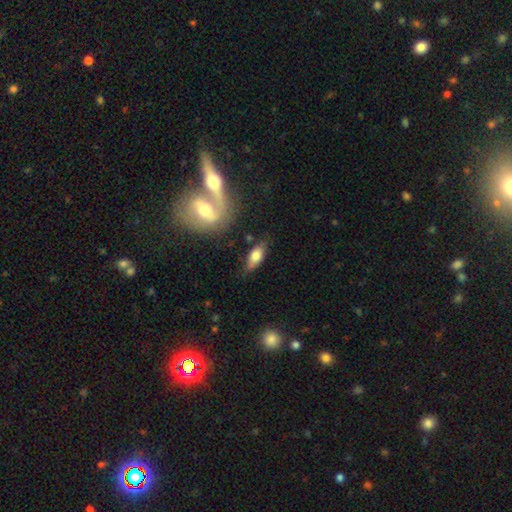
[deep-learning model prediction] Smooth or featured?
  - smooth: 63% *
  - featured or disk: 30%
  - star or artifact: 7%
How rounded?
  - in between: 76% *
  - cigar-shaped: 20%
  - round: 4%
Merging?
  - none: 71% *
  - minor disturbance: 20%
  - major disturbance: 5%
  - merger: 4%